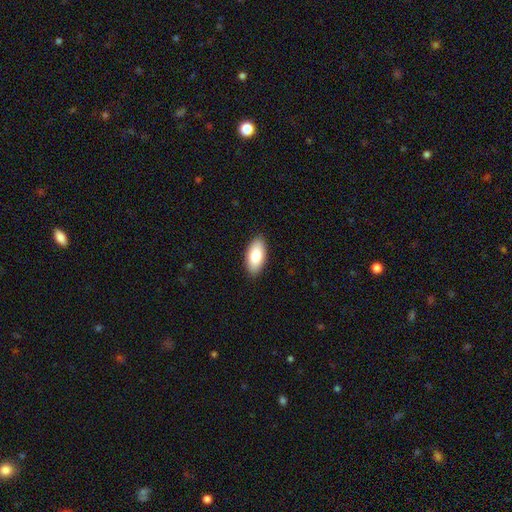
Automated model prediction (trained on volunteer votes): The model was most divided on "smooth or featured": smooth: 81%, featured or disk: 13%, star or artifact: 6%. More confident: how rounded — in between (91%); merging — none (89%).